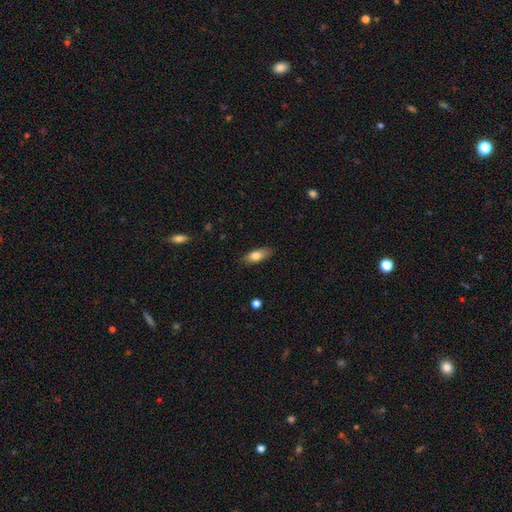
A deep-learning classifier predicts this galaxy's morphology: type=smooth (75%); roundness=in between (76%); merging=none (83%).